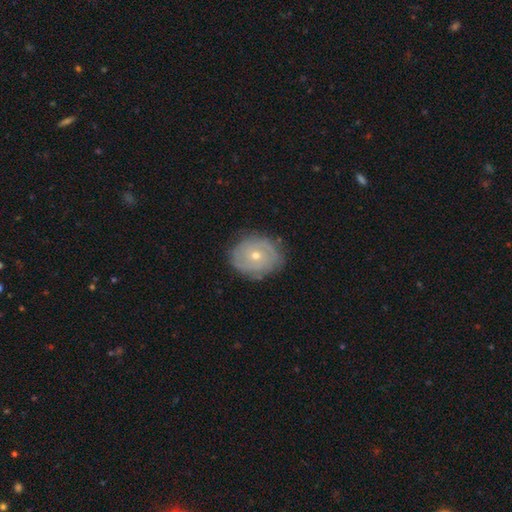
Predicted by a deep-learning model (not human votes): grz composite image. It shows a featured or disk galaxy (67%) with no bar (80%), tight (73%) spiral arms (80%) and a small central bulge (54%). Merging: none (81%).